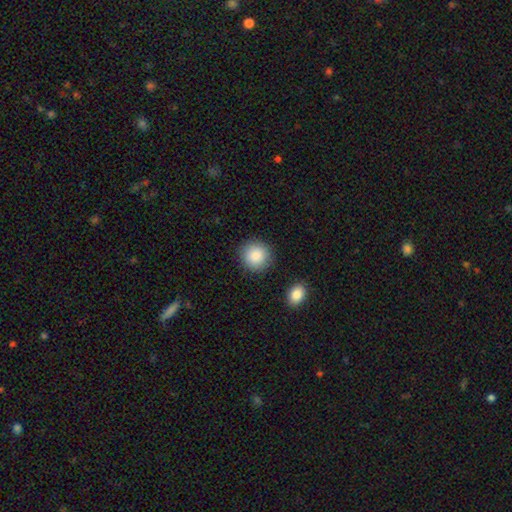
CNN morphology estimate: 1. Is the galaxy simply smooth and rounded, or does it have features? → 86% smooth, 8% star or artifact, 6% featured or disk.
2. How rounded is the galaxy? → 92% round, 7% in between, 1% cigar-shaped.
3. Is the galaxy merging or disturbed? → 88% none, 8% minor disturbance, 2% merger, 2% major disturbance.